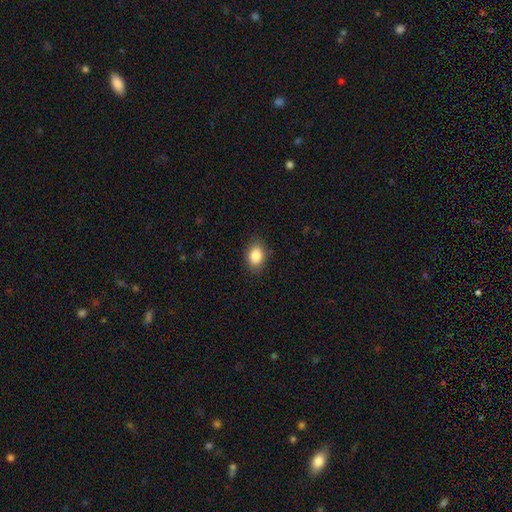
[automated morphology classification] smooth_or_featured: smooth (p=0.86) [alt: star or artifact p=0.08]
how_rounded: in between (p=0.73) [alt: round p=0.26]
merging: none (p=0.85) [alt: minor disturbance p=0.11]